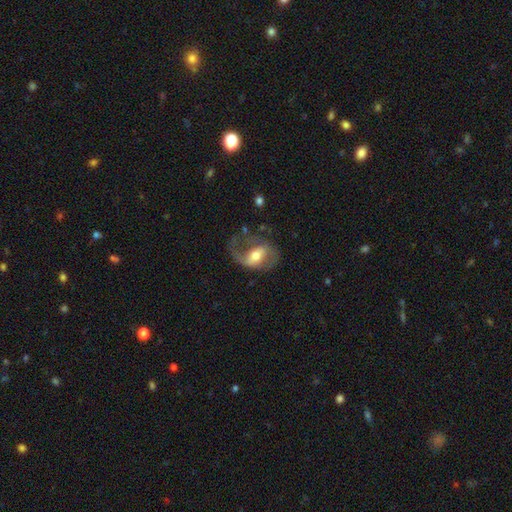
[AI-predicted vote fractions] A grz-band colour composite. It shows a featured or disk galaxy (72%) with a weak bar (41%), 2 (68%) loose (46%) spiral arms (83%) and a moderate central bulge (67%). Merging: none (46%).